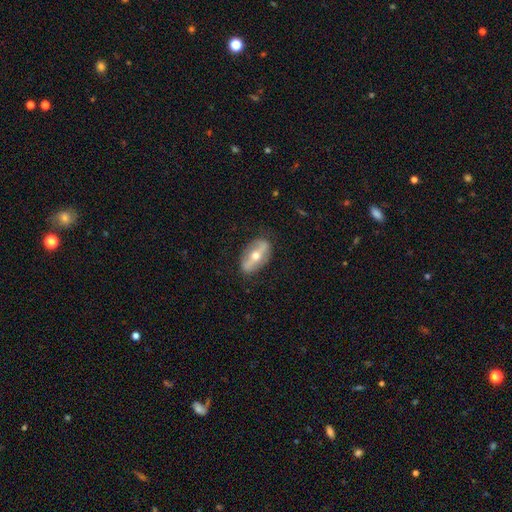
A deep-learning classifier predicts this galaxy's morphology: Smooth or featured: featured or disk — 62% (smooth — 32%)
Edge-on disk: no — 75% (yes — 25%)
Merging: none — 82% (minor disturbance — 13%)